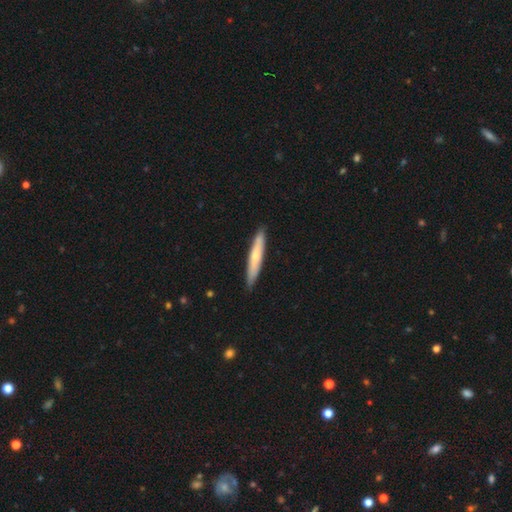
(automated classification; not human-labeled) Smooth or featured? smooth (58%)
How rounded? cigar-shaped (93%)
Merging? none (89%)